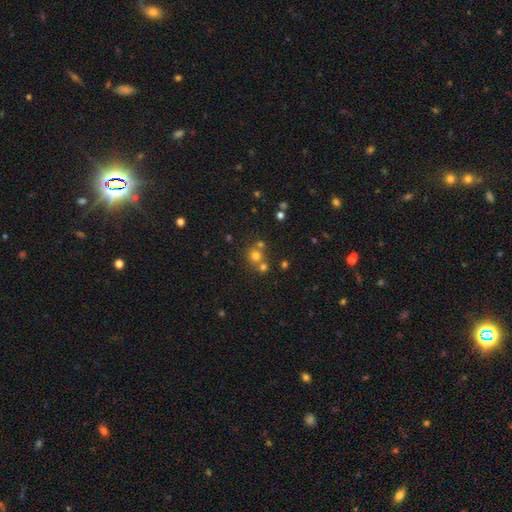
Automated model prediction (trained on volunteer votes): This appears to be a smooth galaxy with no disk features (69%) that is round (89%). Merging: none (57%).